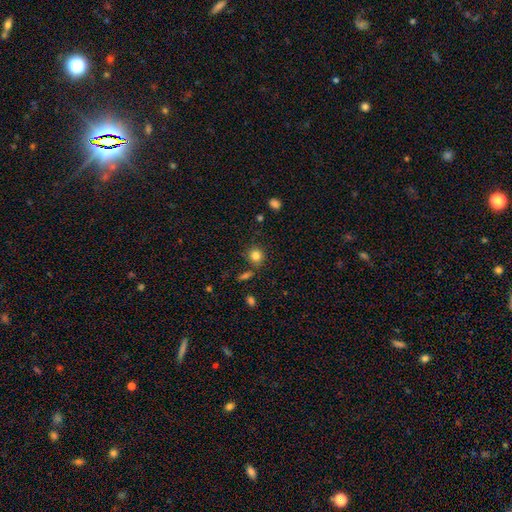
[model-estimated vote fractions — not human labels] This appears to be a smooth galaxy with no disk features (83%) that is round (86%). Merging: none (80%).